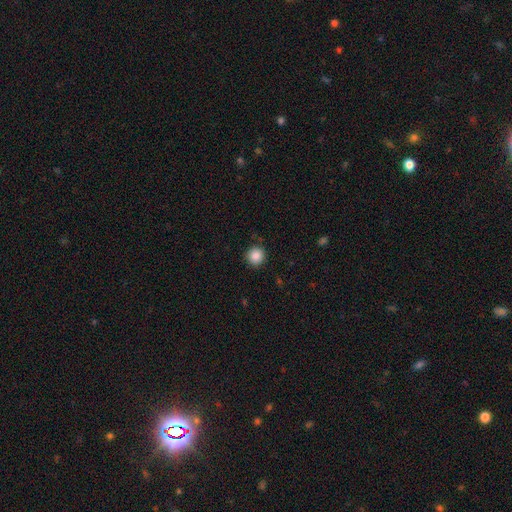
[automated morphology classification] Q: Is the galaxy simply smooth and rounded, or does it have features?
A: smooth — 87%.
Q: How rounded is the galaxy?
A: round — 93%.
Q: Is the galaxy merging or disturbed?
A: none — 87%.